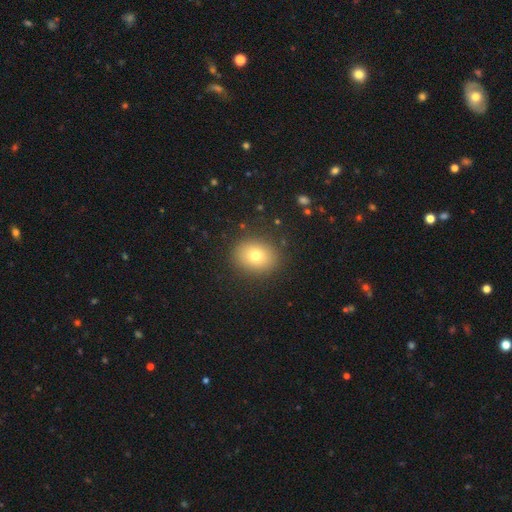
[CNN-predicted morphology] smooth-or-featured: smooth: 76% | featured or disk: 12% | star or artifact: 12%
  how-rounded: round: 51% | in between: 48% | cigar-shaped: 1%
  merging: none: 88% | minor disturbance: 8% | major disturbance: 3% | merger: 1%